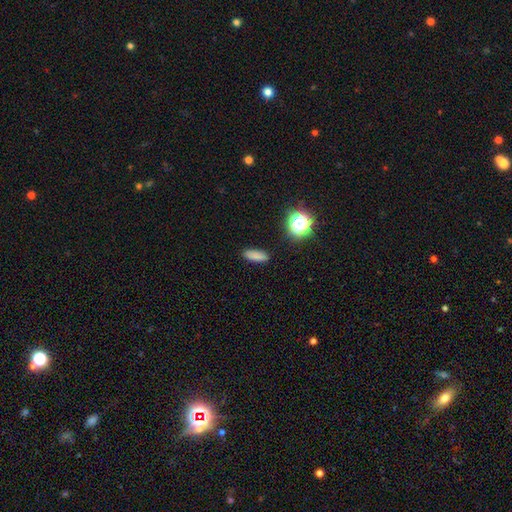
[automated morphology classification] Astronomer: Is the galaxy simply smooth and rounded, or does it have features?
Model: smooth — 81%.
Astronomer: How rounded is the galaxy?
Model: in between — 50% (runner-up: cigar-shaped, 45%).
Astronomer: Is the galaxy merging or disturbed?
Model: none — 88%.